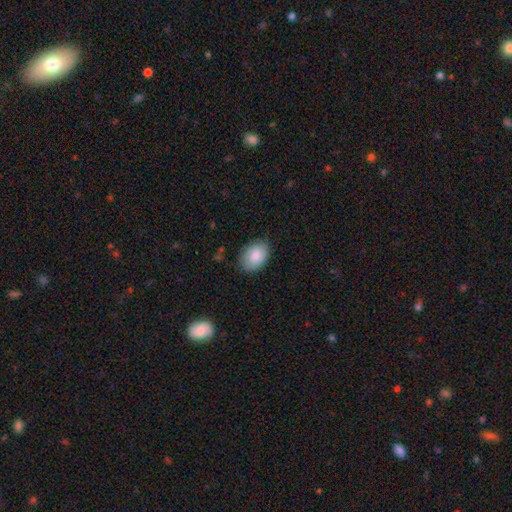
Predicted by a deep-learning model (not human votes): Smooth or featured? Predicted: smooth (p=0.83). How rounded? Predicted: in between (p=0.81). Merging? Predicted: none (p=0.80).